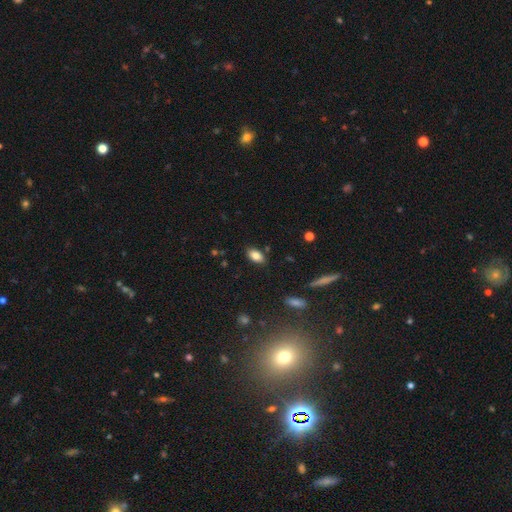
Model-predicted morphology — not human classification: Q: Smooth or featured?
A: smooth (84%); runner-up: star or artifact (8%)
Q: How rounded?
A: in between (91%); runner-up: round (6%)
Q: Merging?
A: none (85%); runner-up: minor disturbance (10%)